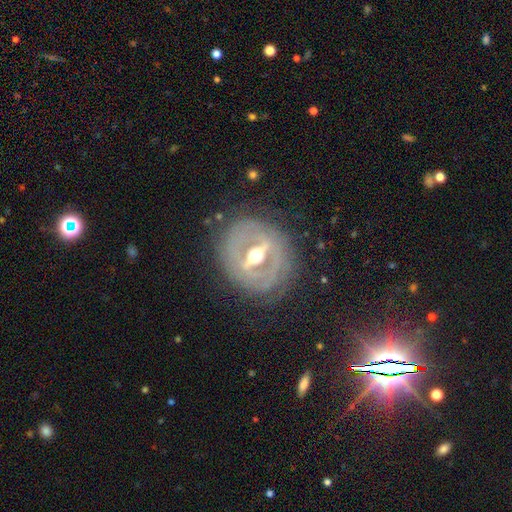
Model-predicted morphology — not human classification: A featured or disk galaxy (84%) with a strong bar (77%), no spiral arms (62%) and a moderate central bulge (76%). Merging: none (78%).